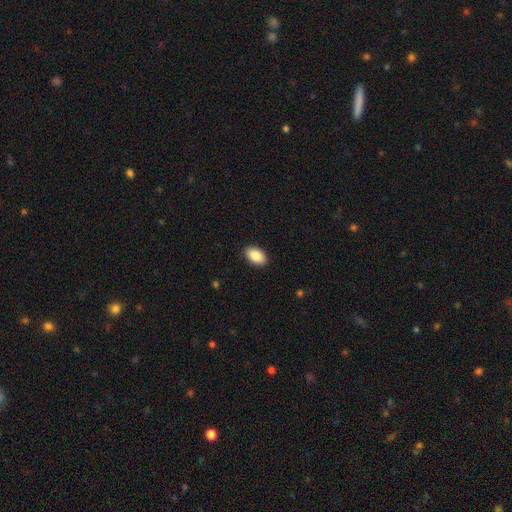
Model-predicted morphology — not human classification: smooth 89%, star or artifact 7%, featured or disk 4%. Down the decision tree: how rounded — in between (92%); merging — none (90%).